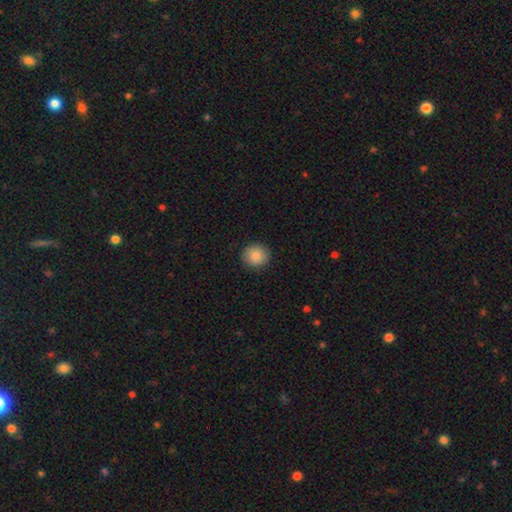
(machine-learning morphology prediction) type=smooth (87%); roundness=round (89%); merging=none (91%).